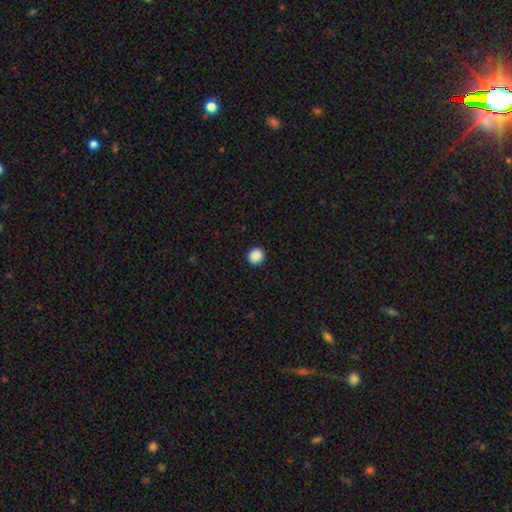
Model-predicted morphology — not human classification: Smooth or featured? smooth (89%)
How rounded? round (90%)
Merging? none (93%)